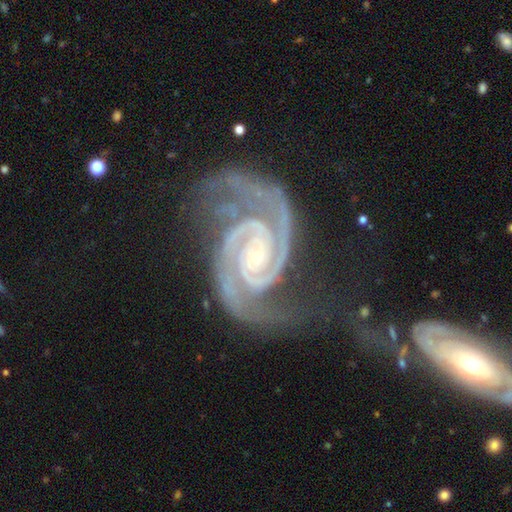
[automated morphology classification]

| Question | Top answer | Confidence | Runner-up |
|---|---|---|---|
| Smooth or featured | featured or disk | 94% | star or artifact (4%) |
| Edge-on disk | no | 98% | yes (2%) |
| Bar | no | 61% | weak (24%) |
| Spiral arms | yes | 99% | no (1%) |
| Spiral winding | tight | 61% | medium (34%) |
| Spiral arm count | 2 | 85% | 3 (6%) |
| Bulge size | small | 83% | moderate (13%) |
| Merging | none | 50% | minor disturbance (23%) |